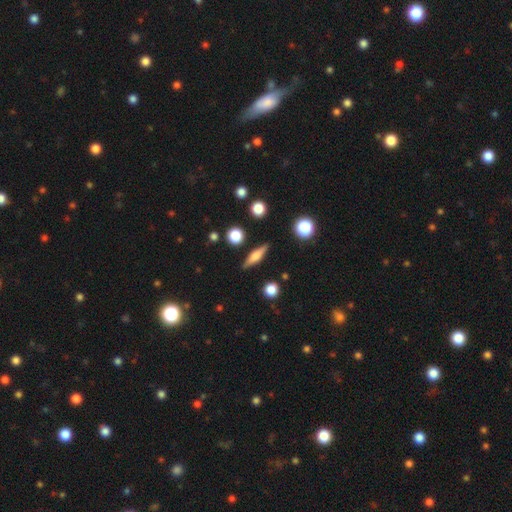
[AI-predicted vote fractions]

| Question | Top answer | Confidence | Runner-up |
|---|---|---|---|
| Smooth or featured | featured or disk | 49% | smooth (44%) |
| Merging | none | 85% | minor disturbance (10%) |